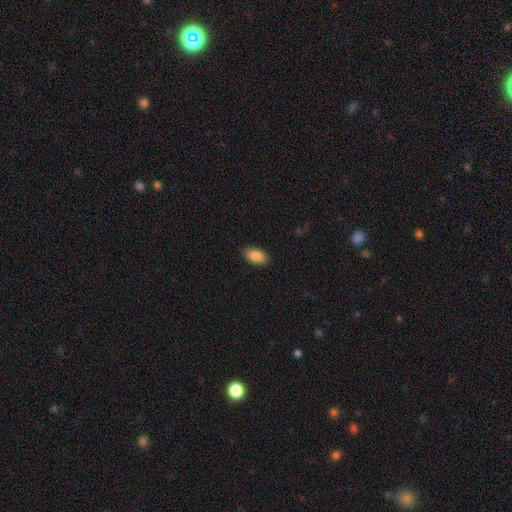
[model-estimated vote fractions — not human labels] Smooth or featured? smooth (87%)
How rounded? in between (93%)
Merging? none (87%)